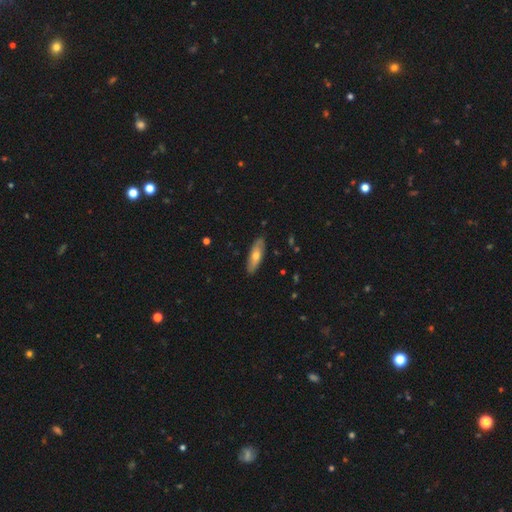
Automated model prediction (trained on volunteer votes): Smooth or featured? Predicted: smooth (p=0.52). How rounded? Predicted: in between (p=0.57). Merging? Predicted: none (p=0.86).